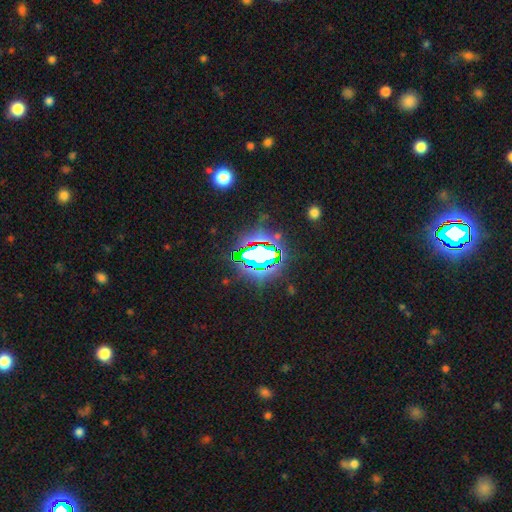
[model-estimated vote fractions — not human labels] The model was most divided on "smooth or featured": star or artifact: 71%, smooth: 16%, featured or disk: 13%.